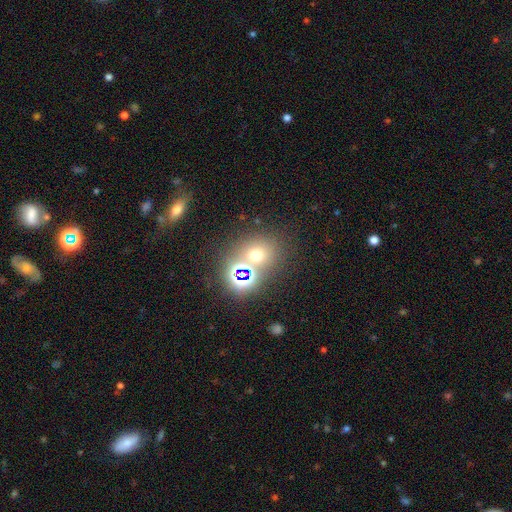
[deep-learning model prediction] Smooth or featured? smooth (55%)
How rounded? round (75%)
Merging? none (65%)